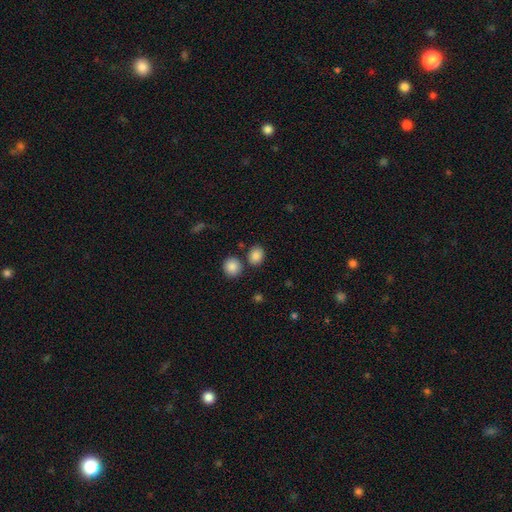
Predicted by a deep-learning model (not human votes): Q: Smooth or featured?
A: smooth (85%); runner-up: star or artifact (10%)
Q: How rounded?
A: round (52%); runner-up: in between (47%)
Q: Merging?
A: none (74%); runner-up: merger (13%)